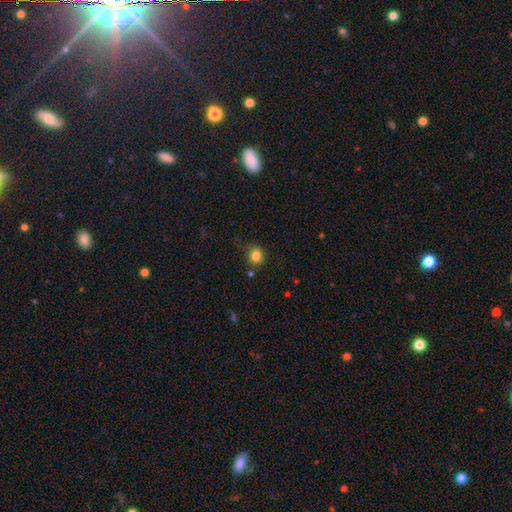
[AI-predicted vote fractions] This appears to be a smooth galaxy with no disk features (84%) that is round (79%). Merging: none (74%).